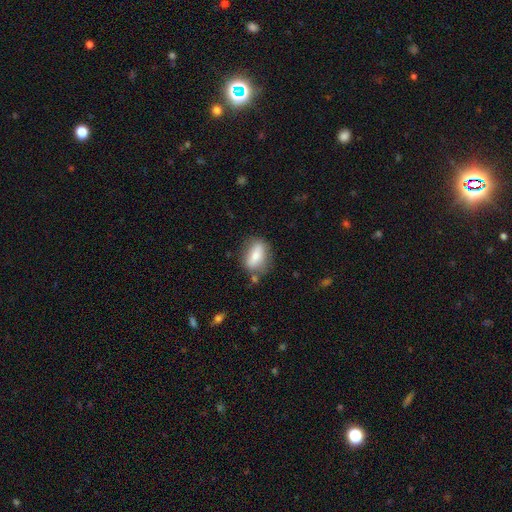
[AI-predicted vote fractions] Morphology: type=smooth (70%); roundness=in between (78%); merging=none (68%).